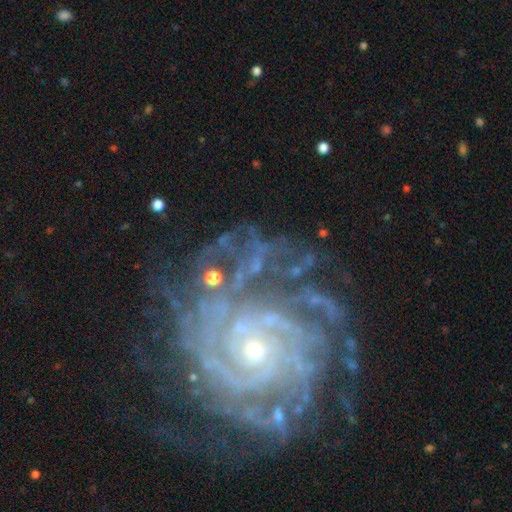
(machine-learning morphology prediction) Smooth or featured?
  - featured or disk: 86% *
  - star or artifact: 9%
  - smooth: 5%
Edge-on disk?
  - no: 97% *
  - yes: 3%
Bar?
  - no: 75% *
  - weak: 17%
  - strong: 9%
Spiral arms?
  - yes: 96% *
  - no: 4%
Spiral winding?
  - tight: 73% *
  - medium: 22%
  - loose: 5%
Spiral arm count?
  - more than 4: 26% *
  - can't tell: 23%
  - 4: 18%
  - 3: 13%
  - 2: 12%
  - 1: 8%
Bulge size?
  - small: 71% *
  - moderate: 24%
  - none: 2%
  - large: 2%
  - dominant: 1%
Merging?
  - none: 63% *
  - minor disturbance: 17%
  - major disturbance: 15%
  - merger: 5%